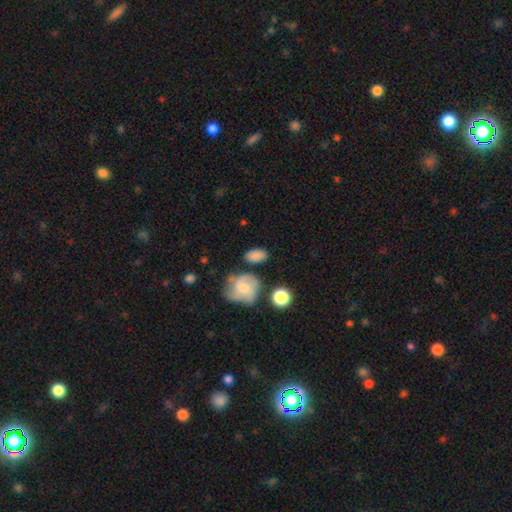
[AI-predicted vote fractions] Overall: smooth (81%). How rounded: in between (80%). Merging: none (68%).